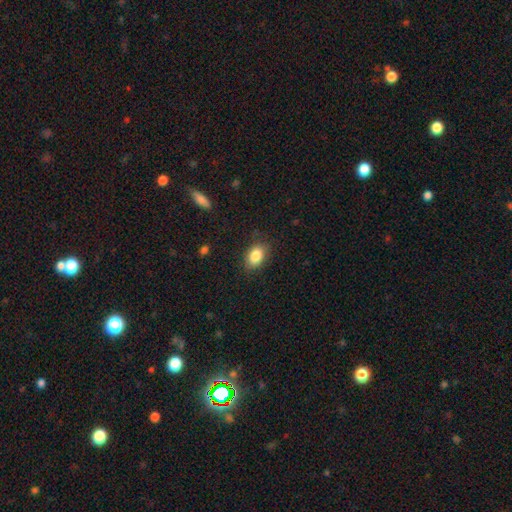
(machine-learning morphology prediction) smooth 86%, star or artifact 8%, featured or disk 6%. Down the decision tree: how rounded — in between (85%); merging — none (82%).